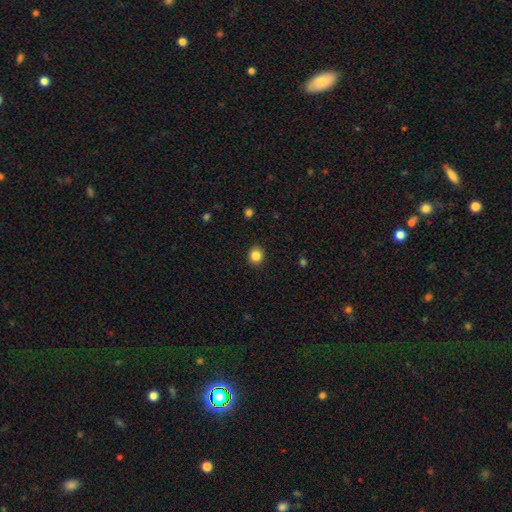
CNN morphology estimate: This is clearly a smooth galaxy (85%). How rounded: clearly round (81%). Merging: clearly none (90%).